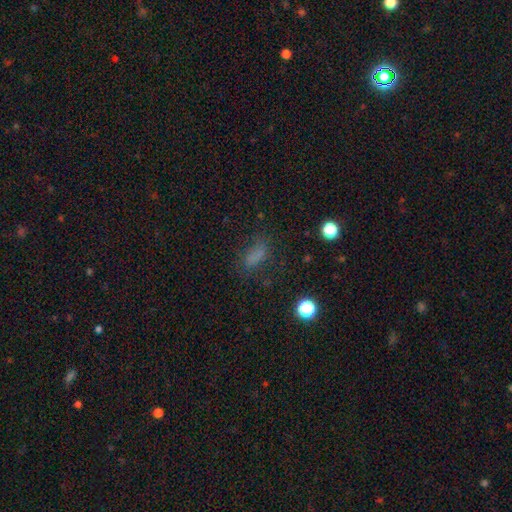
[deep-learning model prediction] smooth_or_featured: smooth (p=0.69) [alt: star or artifact p=0.20]
how_rounded: in between (p=0.68) [alt: cigar-shaped p=0.23]
merging: none (p=0.66) [alt: minor disturbance p=0.19]